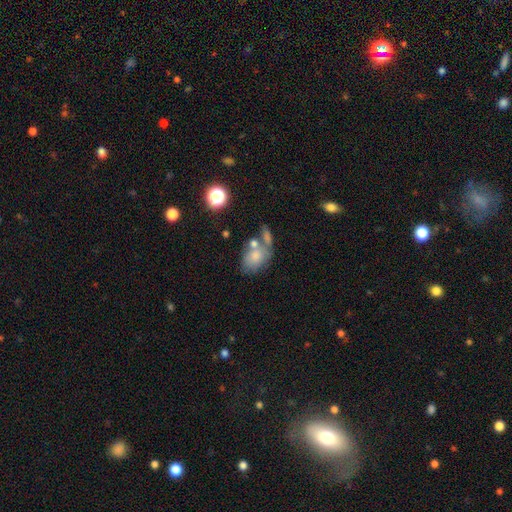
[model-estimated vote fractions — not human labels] Morphology: type=smooth (72%); roundness=in between (78%); merging=none (39%).